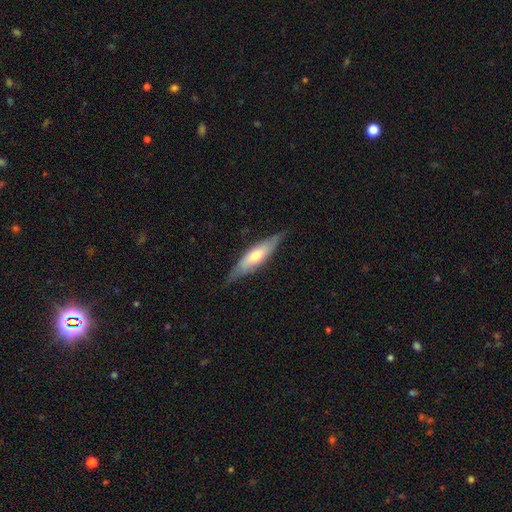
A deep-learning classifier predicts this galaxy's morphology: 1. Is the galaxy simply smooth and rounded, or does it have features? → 48% smooth, 47% featured or disk, 6% star or artifact.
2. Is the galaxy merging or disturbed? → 79% none, 16% minor disturbance, 3% major disturbance, 1% merger.